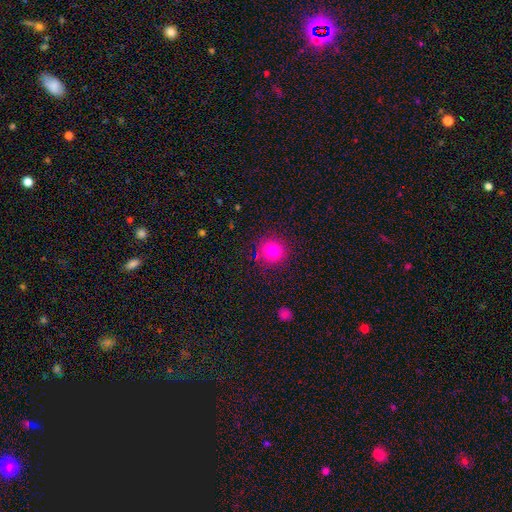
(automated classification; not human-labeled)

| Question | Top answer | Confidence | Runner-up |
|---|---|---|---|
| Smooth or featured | smooth | 79% | star or artifact (14%) |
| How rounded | round | 92% | in between (7%) |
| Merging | none | 88% | minor disturbance (7%) |